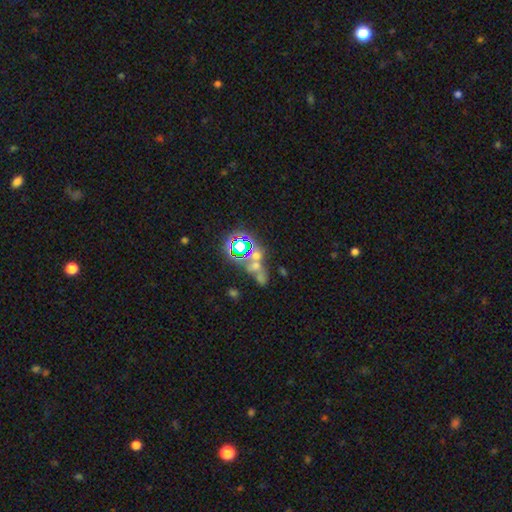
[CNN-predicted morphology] Smooth or featured? Predicted: star or artifact (p=0.50).